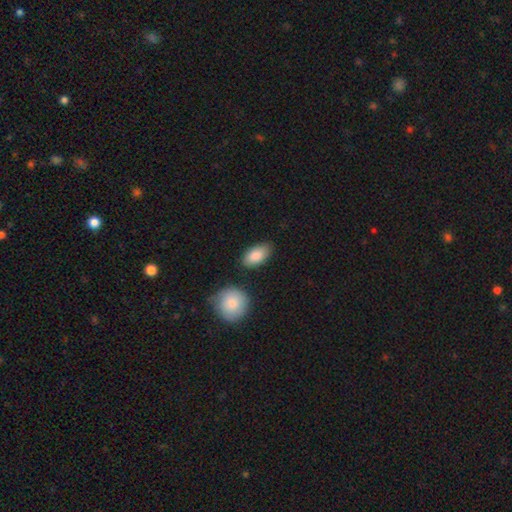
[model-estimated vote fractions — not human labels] Smooth or featured? Predicted: smooth (p=0.87). How rounded? Predicted: in between (p=0.93). Merging? Predicted: none (p=0.78).